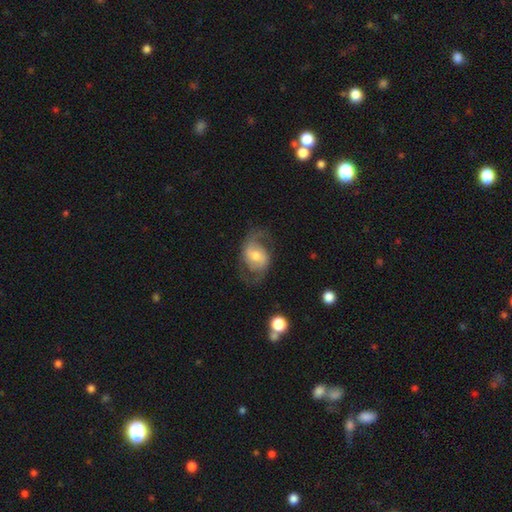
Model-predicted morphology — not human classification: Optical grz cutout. It shows a featured or disk galaxy (77%) with a weak bar (45%), 2 (88%) medium (48%) spiral arms (92%) and a moderate central bulge (60%). Merging: none (67%).